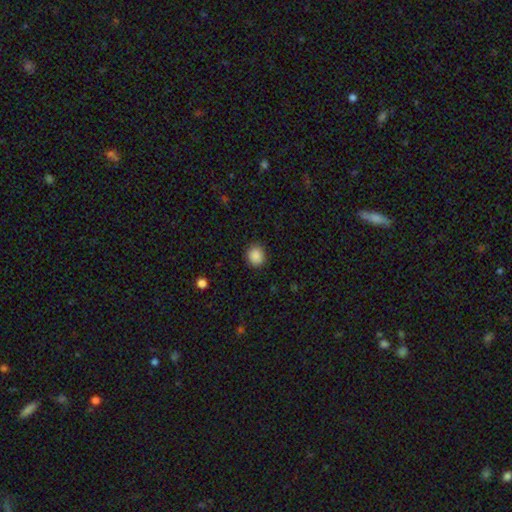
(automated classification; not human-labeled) Smooth or featured? smooth (88%)
How rounded? round (81%)
Merging? none (90%)